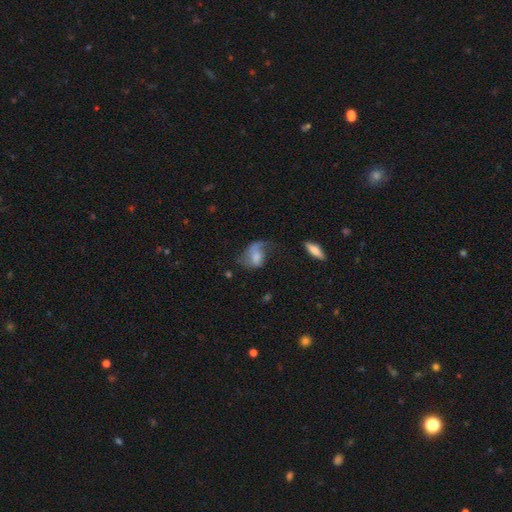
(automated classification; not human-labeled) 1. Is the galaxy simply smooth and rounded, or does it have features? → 48% smooth, 42% featured or disk, 9% star or artifact.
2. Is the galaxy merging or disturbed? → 47% major disturbance, 25% none, 22% minor disturbance, 5% merger.